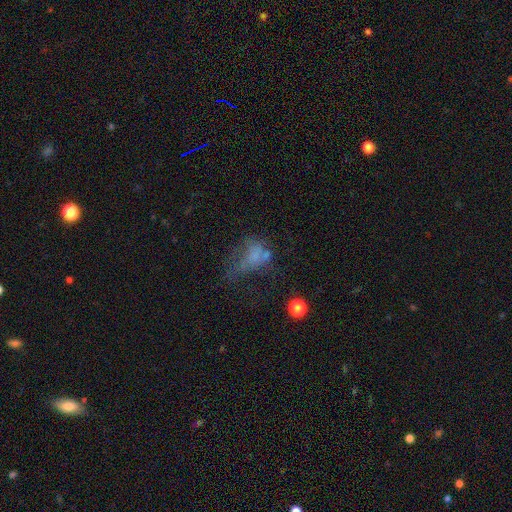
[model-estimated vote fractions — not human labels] smooth_or_featured: smooth (p=0.48) [alt: featured or disk p=0.33]
merging: major disturbance (p=0.44) [alt: none p=0.24]